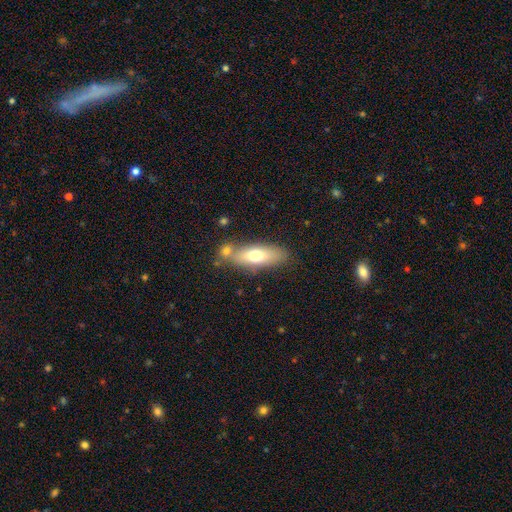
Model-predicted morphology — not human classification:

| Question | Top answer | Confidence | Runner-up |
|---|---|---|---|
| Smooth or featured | smooth | 67% | featured or disk (26%) |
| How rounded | in between | 62% | cigar-shaped (35%) |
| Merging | none | 63% | merger (19%) |